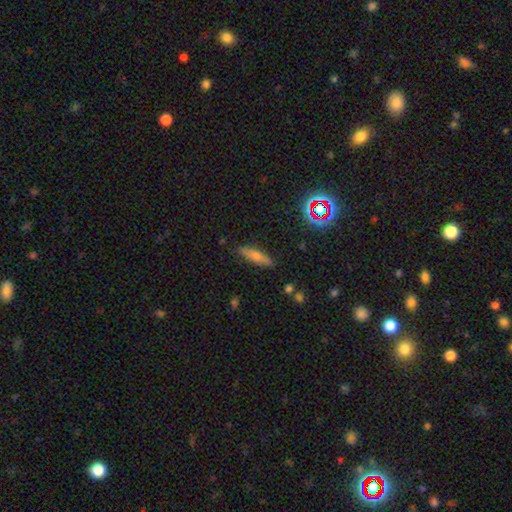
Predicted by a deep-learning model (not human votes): Smooth or featured?
  - smooth: 56% *
  - featured or disk: 31%
  - star or artifact: 12%
How rounded?
  - cigar-shaped: 71% *
  - in between: 26%
  - round: 3%
Merging?
  - none: 87% *
  - minor disturbance: 10%
  - major disturbance: 2%
  - merger: 2%